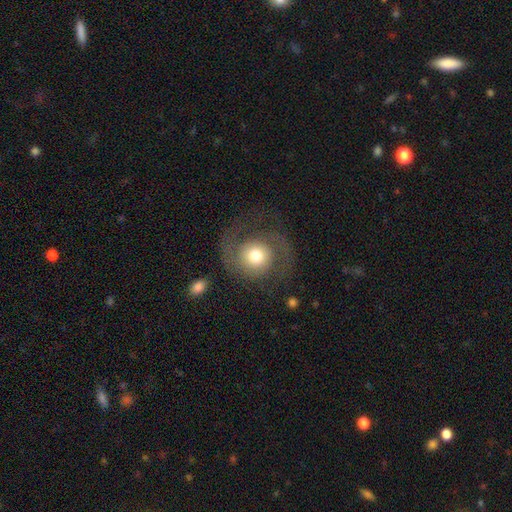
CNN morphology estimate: featured or disk 60%, smooth 32%, star or artifact 8%. Down the decision tree: edge-on disk — no (97%); bar — no (78%); spiral arms — yes (85%); bulge size — moderate (62%); merging — none (65%).